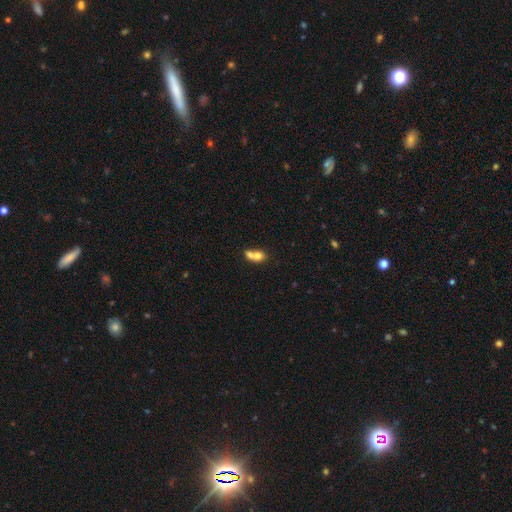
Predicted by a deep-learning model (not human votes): Smooth or featured: smooth — 70% (featured or disk — 20%)
How rounded: in between — 54% (round — 43%)
Merging: merger — 73% (none — 17%)